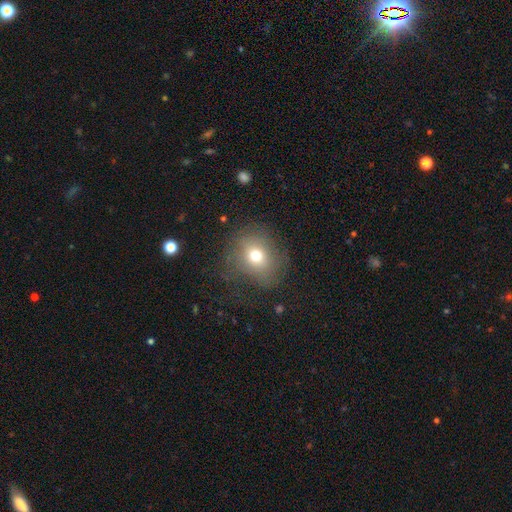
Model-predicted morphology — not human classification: smooth-or-featured: smooth: 69% | featured or disk: 16% | star or artifact: 15%
  how-rounded: round: 70% | in between: 29% | cigar-shaped: 1%
  merging: none: 67% | minor disturbance: 18% | major disturbance: 14% | merger: 1%